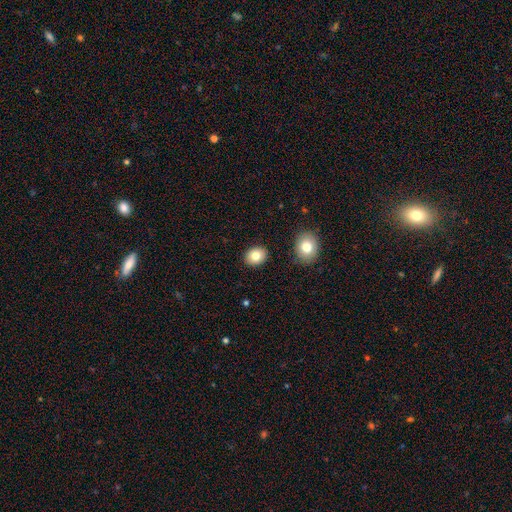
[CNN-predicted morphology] smooth 81%, featured or disk 10%, star or artifact 9%. Down the decision tree: how rounded — in between (53%); merging — none (88%).